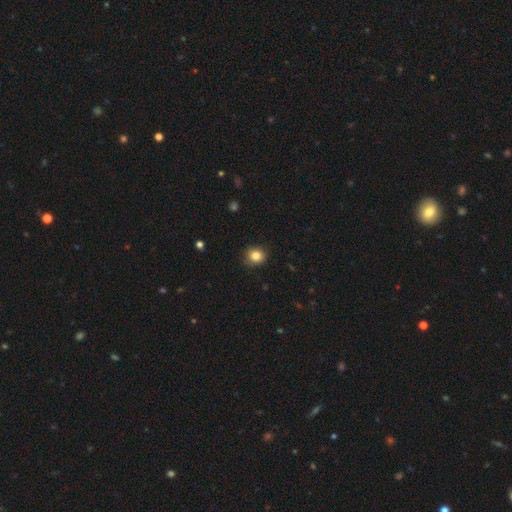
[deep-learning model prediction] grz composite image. It shows a smooth galaxy with no disk features (84%) that is round (81%). Merging: none (87%).